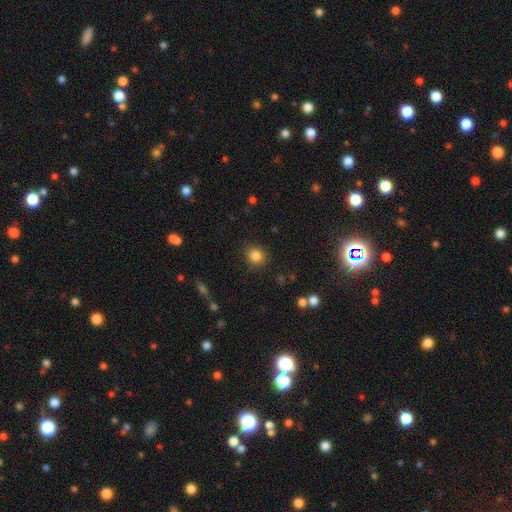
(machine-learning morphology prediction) Smooth or featured: smooth — 84% (star or artifact — 11%)
How rounded: round — 82% (in between — 17%)
Merging: none — 88% (minor disturbance — 8%)